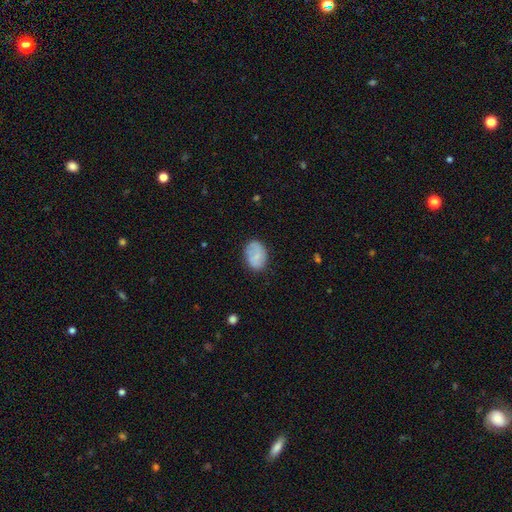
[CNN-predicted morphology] smooth 68%, featured or disk 24%, star or artifact 7%. Down the decision tree: how rounded — in between (77%); merging — none (73%).